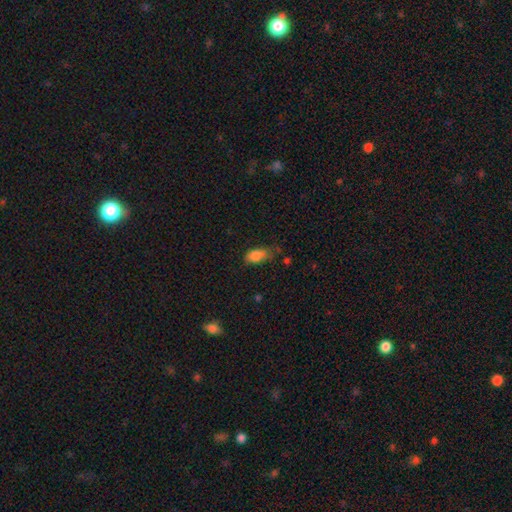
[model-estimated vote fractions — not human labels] This appears to be a smooth galaxy with no disk features (84%) that is in between round and cigar-shaped (88%). Merging: none (50%).